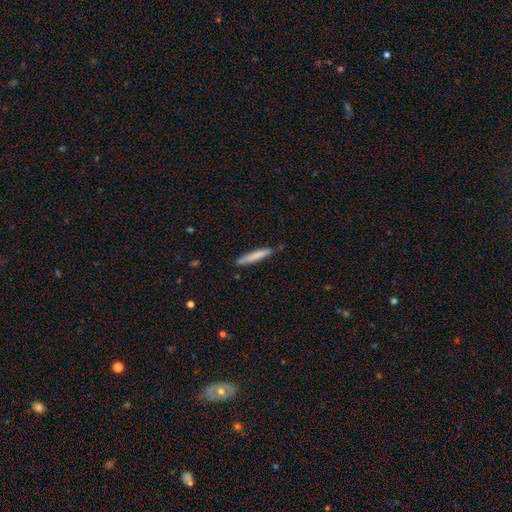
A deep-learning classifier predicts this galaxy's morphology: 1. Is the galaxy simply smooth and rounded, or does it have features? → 74% smooth, 21% featured or disk, 5% star or artifact.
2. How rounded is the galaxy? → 95% cigar-shaped, 4% in between, 1% round.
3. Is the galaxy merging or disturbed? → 83% none, 13% minor disturbance, 2% merger, 2% major disturbance.